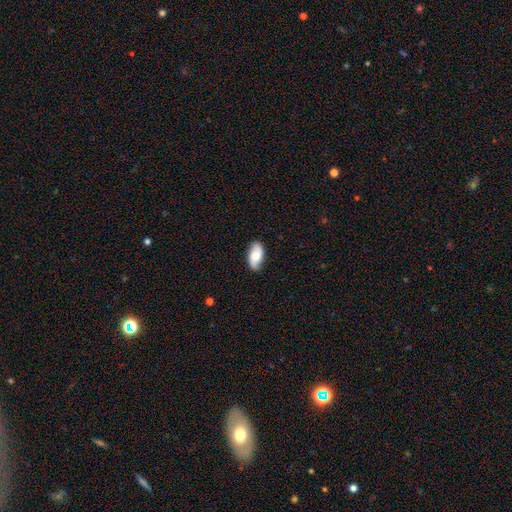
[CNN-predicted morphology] smooth_or_featured: smooth (p=0.58) [alt: featured or disk p=0.35]
how_rounded: in between (p=0.93) [alt: cigar-shaped p=0.04]
merging: none (p=0.82) [alt: minor disturbance p=0.14]